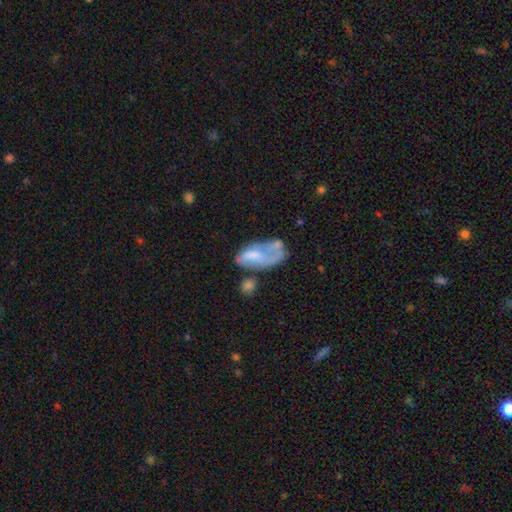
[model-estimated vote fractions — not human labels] smooth 48%, featured or disk 44%, star or artifact 8%. Down the decision tree: merging — major disturbance (31%).